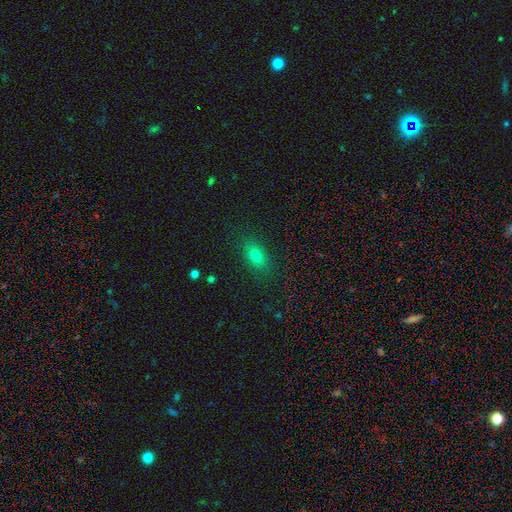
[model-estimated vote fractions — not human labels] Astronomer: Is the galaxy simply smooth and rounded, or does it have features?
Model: smooth — 76%.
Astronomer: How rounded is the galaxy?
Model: in between — 80%.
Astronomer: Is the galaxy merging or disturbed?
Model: none — 85%.